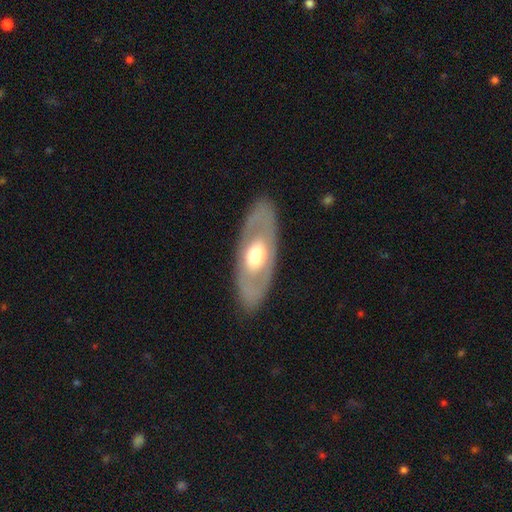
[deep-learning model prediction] Morphology: type=featured or disk (57%); edge-on=no (84%); merging=none (84%).